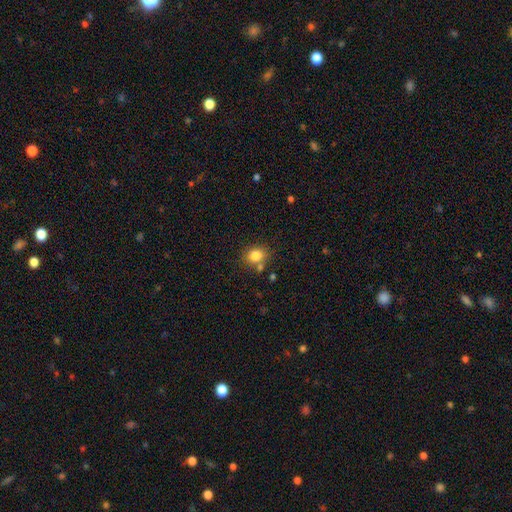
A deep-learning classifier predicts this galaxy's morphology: A smooth galaxy with no disk features (82%) that is round (63%).

Vote fractions:
- Smooth or featured? smooth: 82% / star or artifact: 11% / featured or disk: 7%
- How rounded? round: 63% / in between: 36% / cigar-shaped: 1%
- Merging? none: 70% / merger: 14% / minor disturbance: 13% / major disturbance: 4%